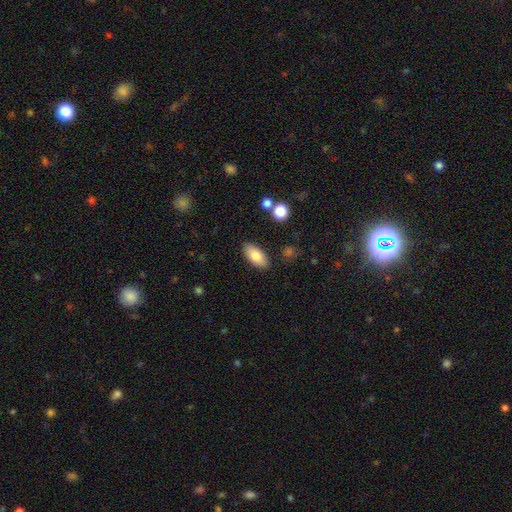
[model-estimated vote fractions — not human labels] smooth_or_featured: smooth (p=0.81) [alt: featured or disk p=0.12]
how_rounded: in between (p=0.88) [alt: cigar-shaped p=0.09]
merging: none (p=0.86) [alt: minor disturbance p=0.09]